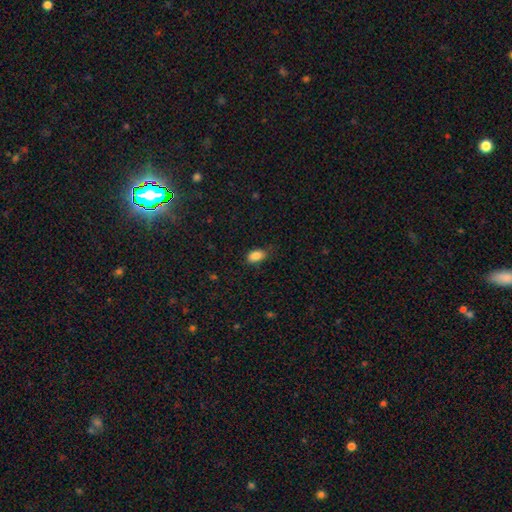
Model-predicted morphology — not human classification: A smooth galaxy with no disk features (88%) that is in between round and cigar-shaped (91%).

Vote fractions:
- Smooth or featured? smooth: 88% / star or artifact: 8% / featured or disk: 4%
- How rounded? in between: 91% / round: 6% / cigar-shaped: 3%
- Merging? none: 74% / minor disturbance: 20% / major disturbance: 5% / merger: 1%